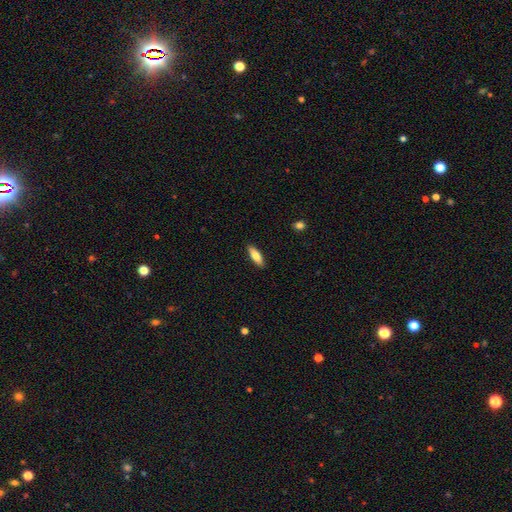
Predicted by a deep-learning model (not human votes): smooth 76%, featured or disk 18%, star or artifact 6%. Down the decision tree: how rounded — in between (53%); merging — none (90%).